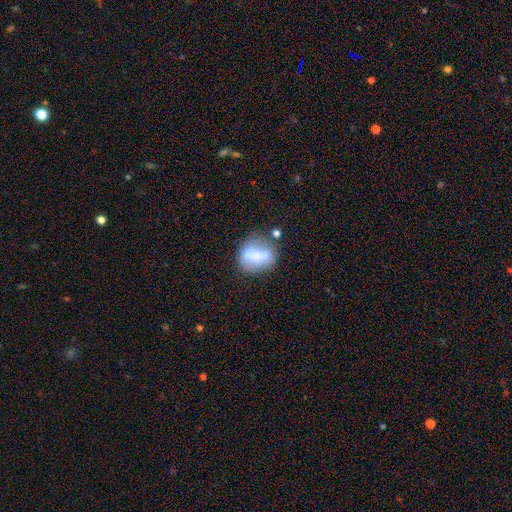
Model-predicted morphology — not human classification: This is possibly a smooth galaxy (55%). How rounded: possibly round (48%, tied with in between). Merging: possibly none (48%).